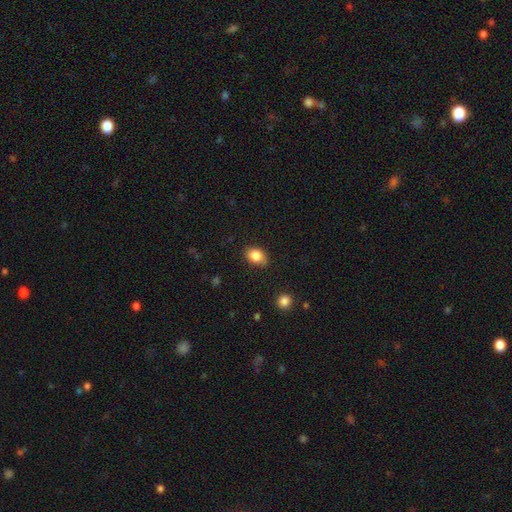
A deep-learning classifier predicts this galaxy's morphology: Smooth or featured? smooth (85%)
How rounded? in between (71%)
Merging? none (77%)